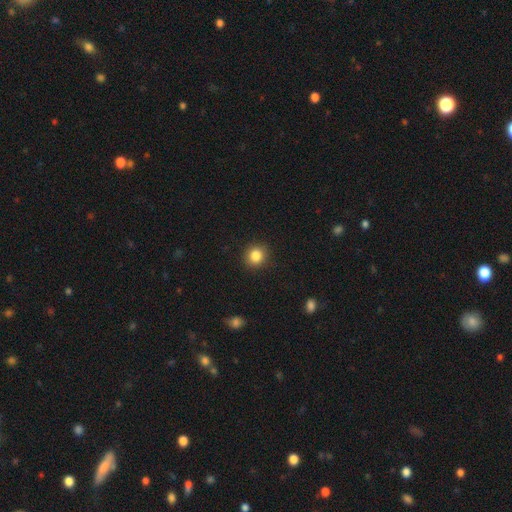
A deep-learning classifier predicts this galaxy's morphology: A smooth galaxy with no disk features (85%) that is round (87%). Merging: none (90%).